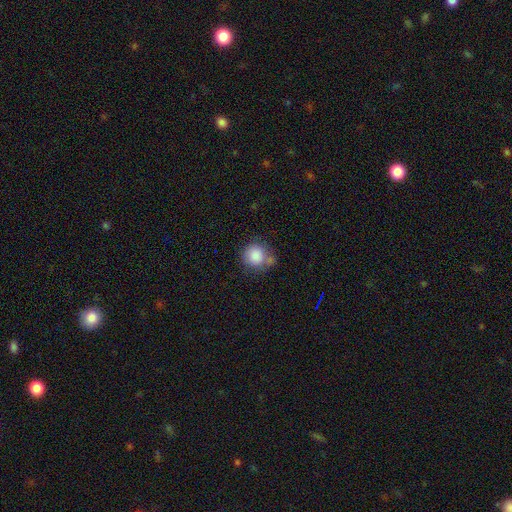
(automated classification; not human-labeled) Smooth or featured: smooth — 85% (star or artifact — 8%)
How rounded: round — 87% (in between — 12%)
Merging: none — 54% (minor disturbance — 23%)